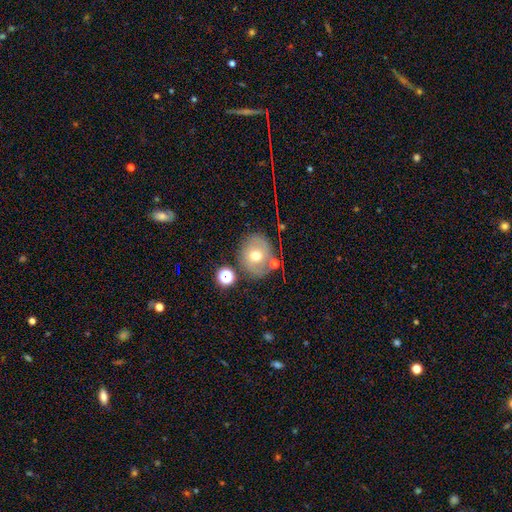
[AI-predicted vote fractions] Smooth or featured? Predicted: smooth (p=0.61). How rounded? Predicted: round (p=0.73). Merging? Predicted: none (p=0.73).